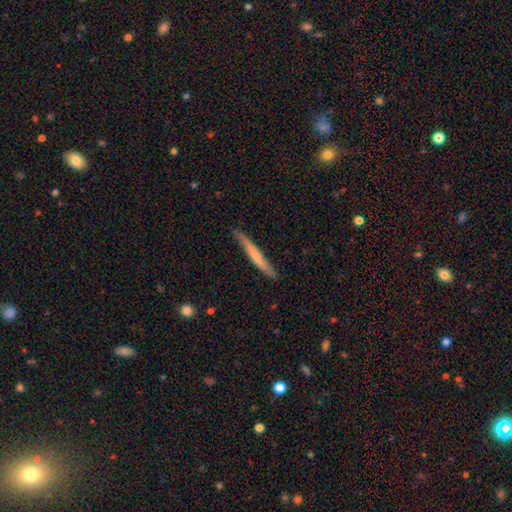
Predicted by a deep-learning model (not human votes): smooth_or_featured: smooth (p=0.54) [alt: featured or disk p=0.41]
how_rounded: cigar-shaped (p=0.96) [alt: in between p=0.03]
merging: none (p=0.79) [alt: minor disturbance p=0.17]